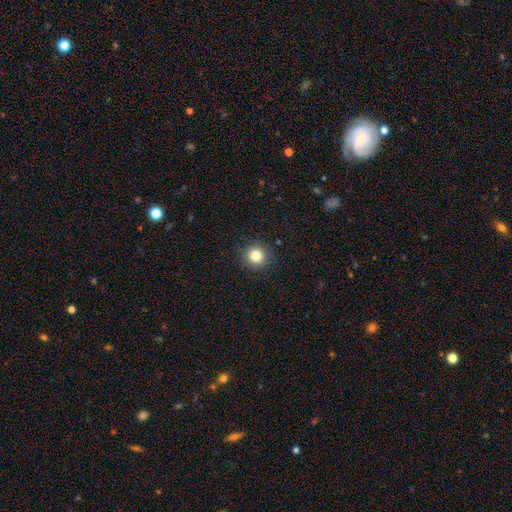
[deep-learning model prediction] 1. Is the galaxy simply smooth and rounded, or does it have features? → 82% smooth, 12% star or artifact, 6% featured or disk.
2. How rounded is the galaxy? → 93% round, 6% in between, 1% cigar-shaped.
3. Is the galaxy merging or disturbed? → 91% none, 6% minor disturbance, 2% major disturbance, 1% merger.